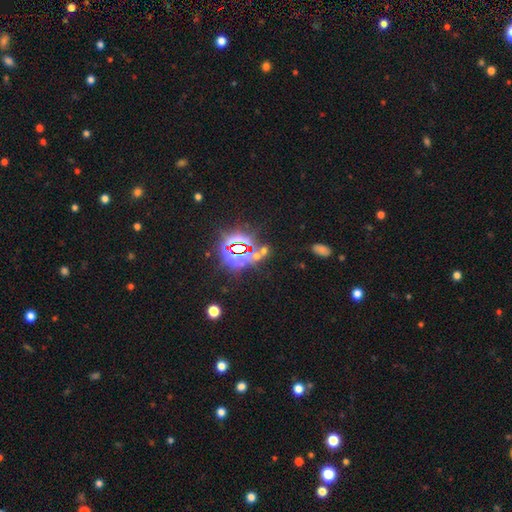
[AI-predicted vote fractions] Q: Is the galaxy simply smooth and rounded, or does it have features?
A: star or artifact — 78%.